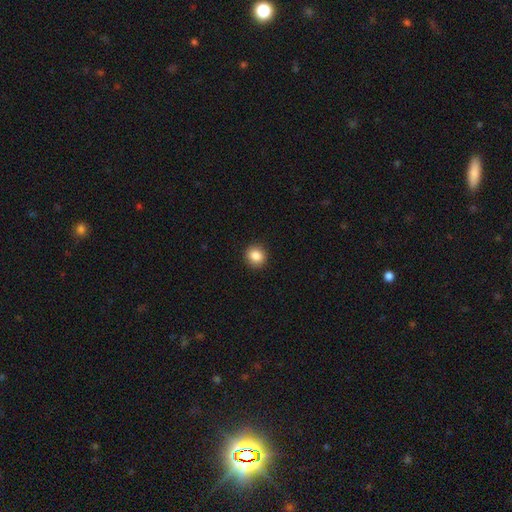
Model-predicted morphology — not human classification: The model was most divided on "how rounded": round: 85%, in between: 14%, cigar-shaped: 1%. More confident: merging — none (92%); smooth or featured — smooth (87%).